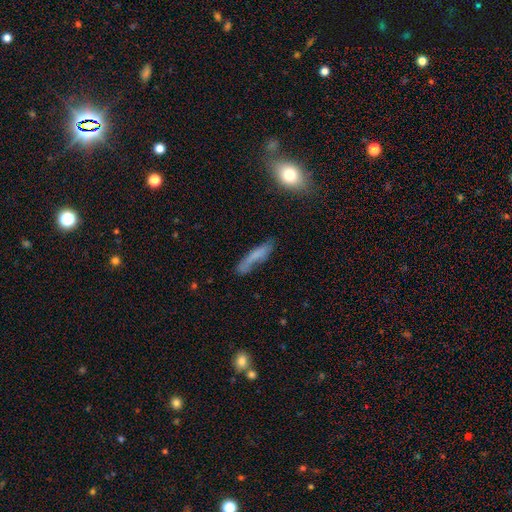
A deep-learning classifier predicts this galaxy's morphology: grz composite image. It shows a smooth galaxy with no disk features (65%) that is cigar-shaped (84%). Merging: none (61%).